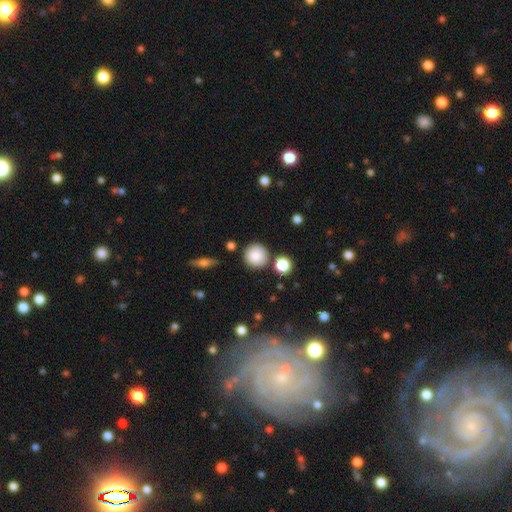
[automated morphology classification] type=smooth (86%); roundness=round (94%); merging=none (84%).